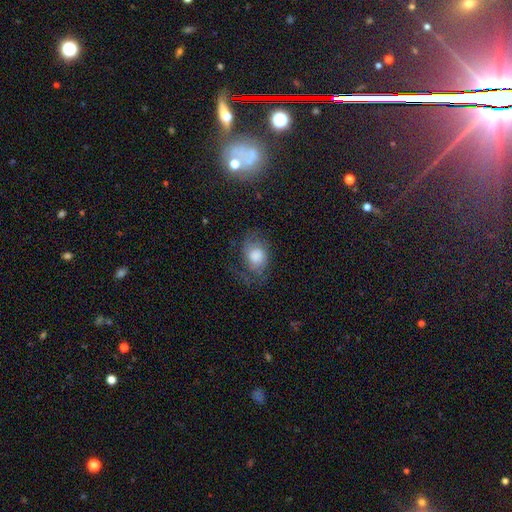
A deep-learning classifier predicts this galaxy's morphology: The model was most divided on "smooth or featured": featured or disk: 44%, smooth: 43%, star or artifact: 12%. More confident: merging — none (51%).